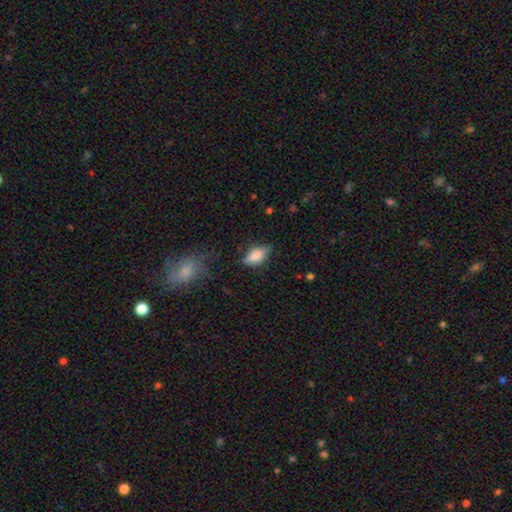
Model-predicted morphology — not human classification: smooth-or-featured: smooth: 60% | featured or disk: 31% | star or artifact: 9%
  how-rounded: in between: 79% | cigar-shaped: 15% | round: 6%
  merging: none: 69% | minor disturbance: 22% | major disturbance: 7% | merger: 2%